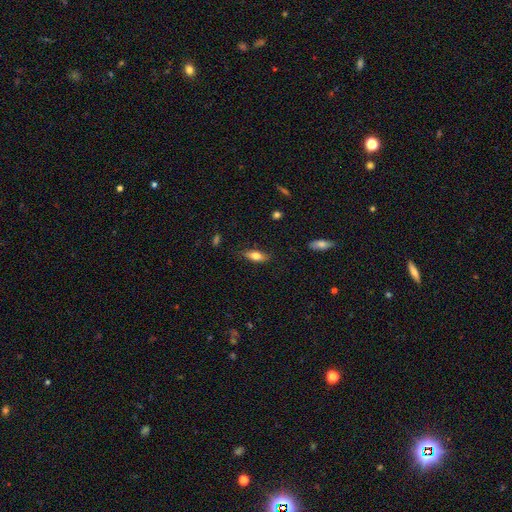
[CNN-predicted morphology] Smooth or featured? Predicted: smooth (p=0.73). How rounded? Predicted: in between (p=0.73). Merging? Predicted: none (p=0.81).